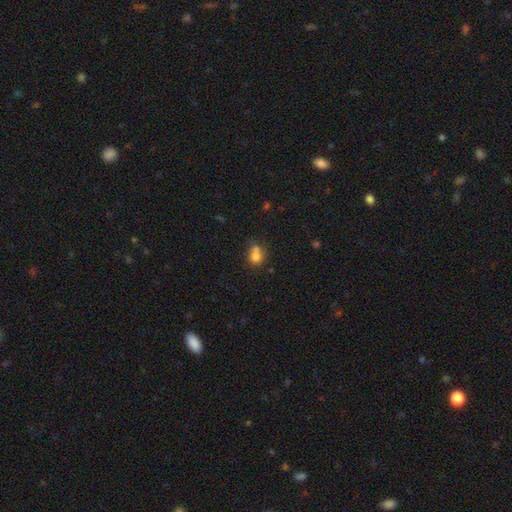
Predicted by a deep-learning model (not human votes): smooth-or-featured: smooth: 74% | featured or disk: 13% | star or artifact: 12%
  how-rounded: round: 64% | in between: 35% | cigar-shaped: 1%
  merging: merger: 50% | none: 33% | minor disturbance: 12% | major disturbance: 6%